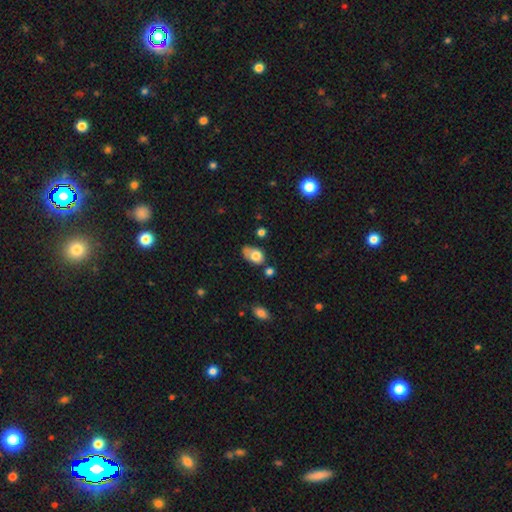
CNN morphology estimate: Smooth or featured?
  - smooth: 74% *
  - featured or disk: 18%
  - star or artifact: 8%
How rounded?
  - in between: 80% *
  - round: 19%
  - cigar-shaped: 2%
Merging?
  - none: 39% *
  - minor disturbance: 34%
  - major disturbance: 17%
  - merger: 11%